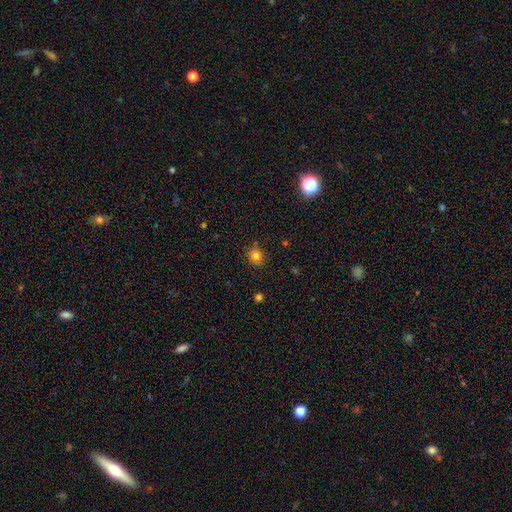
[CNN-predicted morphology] Q: Smooth or featured?
A: smooth (81%); runner-up: star or artifact (14%)
Q: How rounded?
A: round (89%); runner-up: in between (10%)
Q: Merging?
A: none (86%); runner-up: minor disturbance (9%)